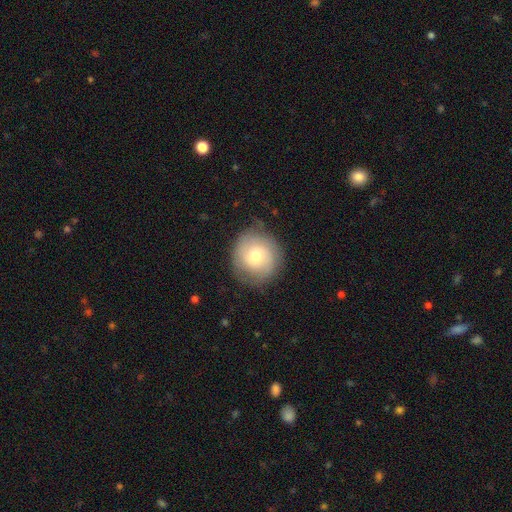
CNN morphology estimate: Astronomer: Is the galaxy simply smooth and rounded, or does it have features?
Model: smooth — 59%.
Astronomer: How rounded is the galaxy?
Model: round — 89%.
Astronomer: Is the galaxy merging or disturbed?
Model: none — 76%.